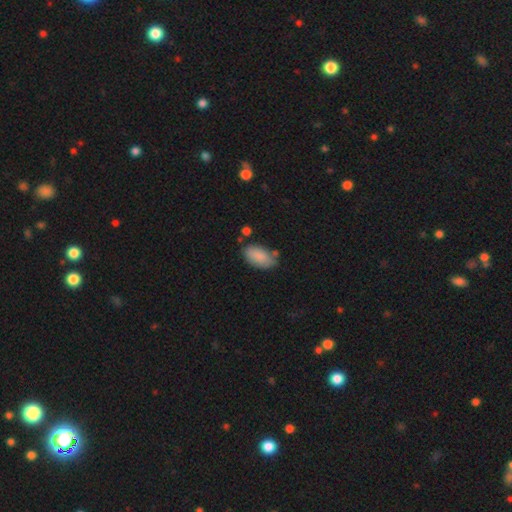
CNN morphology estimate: Q: Smooth or featured?
A: smooth (86%); runner-up: star or artifact (7%)
Q: How rounded?
A: in between (94%); runner-up: round (3%)
Q: Merging?
A: none (68%); runner-up: minor disturbance (22%)